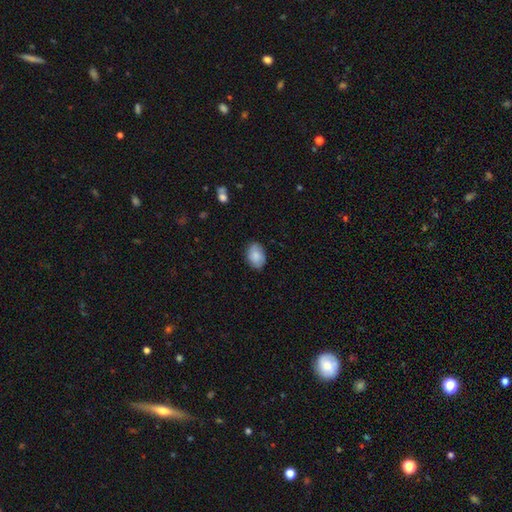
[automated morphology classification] A smooth galaxy with no disk features (83%) that is in between round and cigar-shaped (84%). Merging: none (82%).